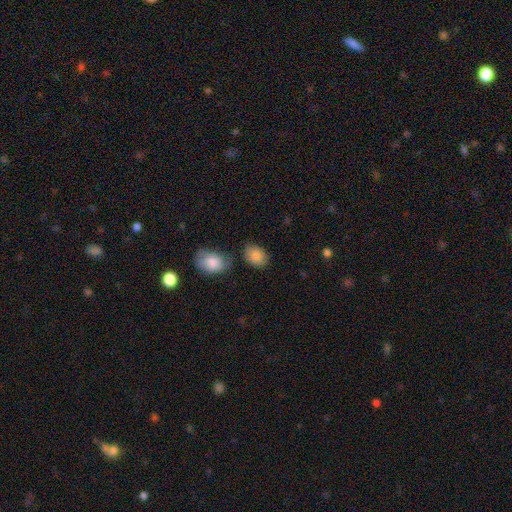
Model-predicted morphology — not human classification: This appears to be a smooth galaxy with no disk features (87%) that is in between round and cigar-shaped (69%). Merging: none (70%).